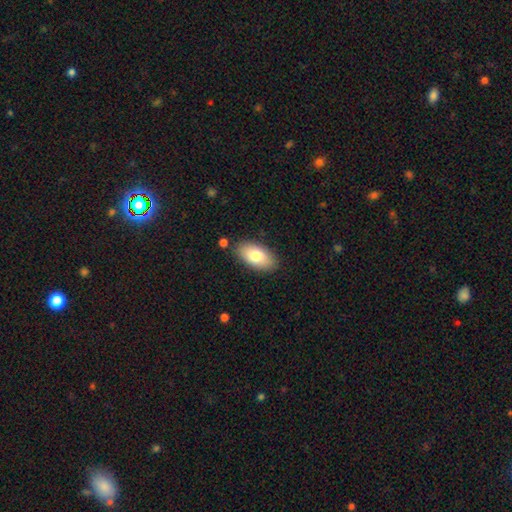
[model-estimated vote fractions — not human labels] smooth_or_featured: smooth (p=0.79) [alt: featured or disk p=0.15]
how_rounded: in between (p=0.93) [alt: cigar-shaped p=0.04]
merging: none (p=0.84) [alt: minor disturbance p=0.10]